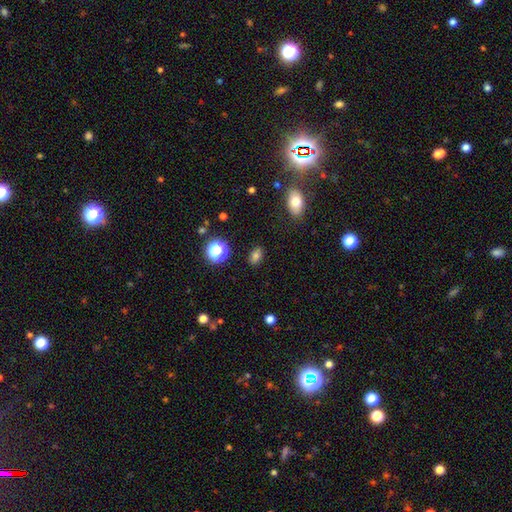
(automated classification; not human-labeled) Smooth or featured: smooth — 78% (star or artifact — 15%)
How rounded: in between — 78% (round — 20%)
Merging: none — 85% (minor disturbance — 10%)